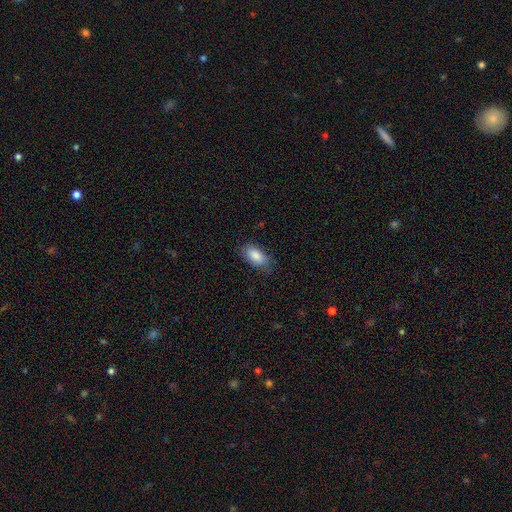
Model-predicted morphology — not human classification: smooth-or-featured: smooth: 86% | featured or disk: 8% | star or artifact: 6%
  how-rounded: in between: 92% | cigar-shaped: 5% | round: 3%
  merging: none: 77% | minor disturbance: 18% | major disturbance: 4% | merger: 1%